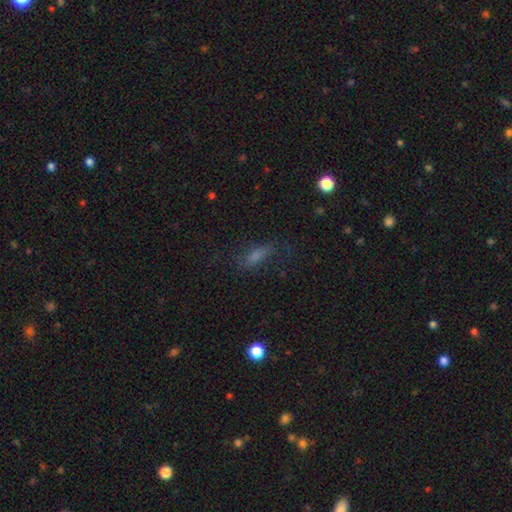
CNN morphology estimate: Overall: smooth (53%; featured or disk 25%). How rounded: in between (55%; cigar-shaped 38%). Merging: none (60%; minor disturbance 22%).